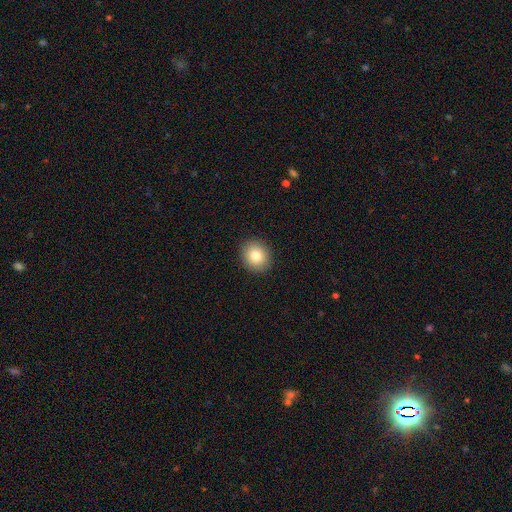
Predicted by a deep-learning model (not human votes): smooth 82%, star or artifact 9%, featured or disk 8%. Down the decision tree: how rounded — round (76%); merging — none (91%).